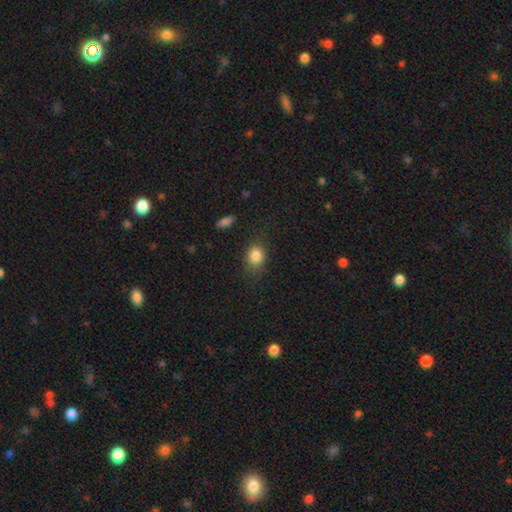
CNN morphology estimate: smooth_or_featured: smooth (p=0.85) [alt: star or artifact p=0.10]
how_rounded: in between (p=0.52) [alt: round p=0.46]
merging: none (p=0.74) [alt: minor disturbance p=0.18]